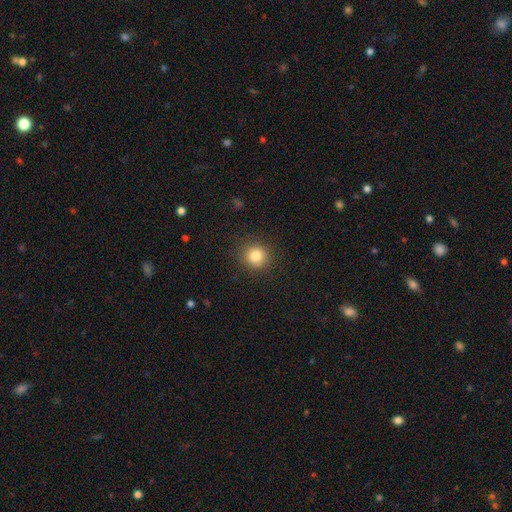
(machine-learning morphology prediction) Smooth or featured?
  - smooth: 83% *
  - star or artifact: 11%
  - featured or disk: 6%
How rounded?
  - round: 89% *
  - in between: 10%
  - cigar-shaped: 1%
Merging?
  - none: 89% *
  - minor disturbance: 7%
  - major disturbance: 3%
  - merger: 1%